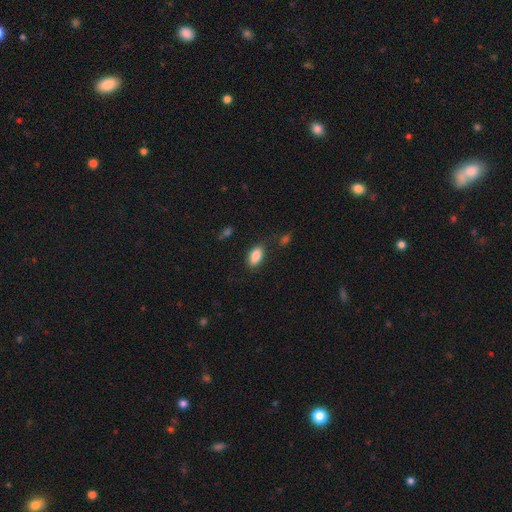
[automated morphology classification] smooth 87%, star or artifact 7%, featured or disk 5%. Down the decision tree: how rounded — in between (92%); merging — none (80%).